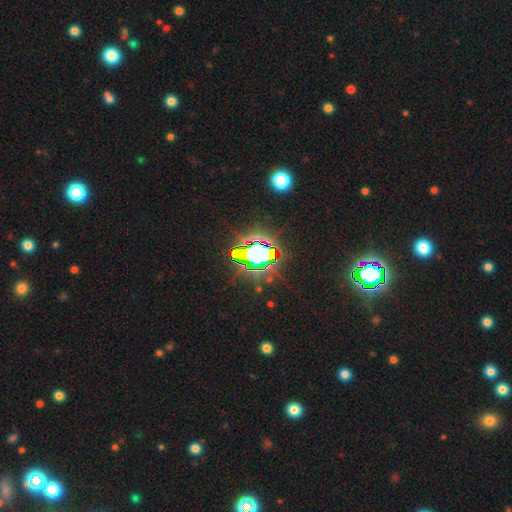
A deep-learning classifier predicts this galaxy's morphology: A star or artifact, not a galaxy (75%).